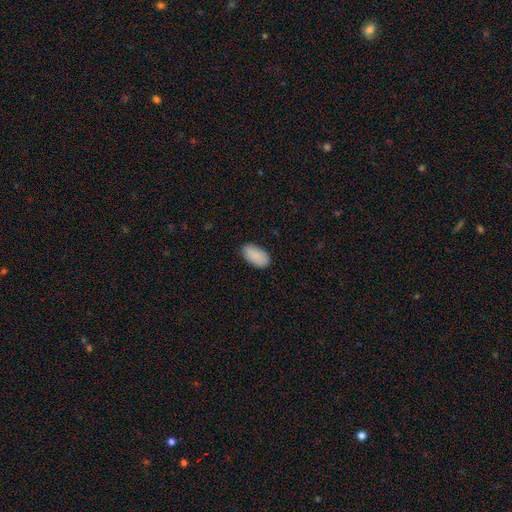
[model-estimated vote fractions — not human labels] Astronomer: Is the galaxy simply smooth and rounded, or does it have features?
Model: smooth — 89%.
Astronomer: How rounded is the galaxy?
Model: in between — 95%.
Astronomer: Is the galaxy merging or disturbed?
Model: none — 84%.